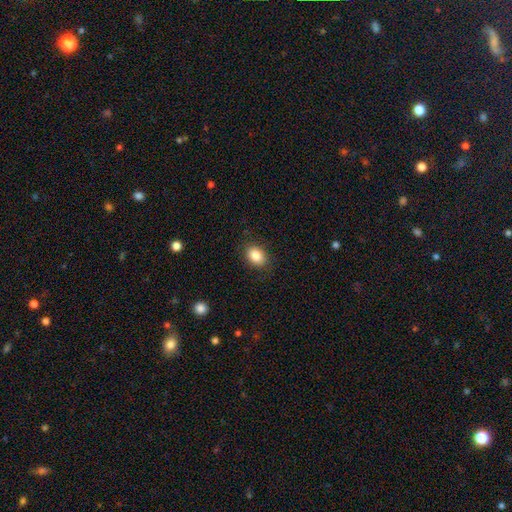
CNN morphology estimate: A smooth galaxy with no disk features (86%) that is in between round and cigar-shaped (72%). Merging: none (86%).